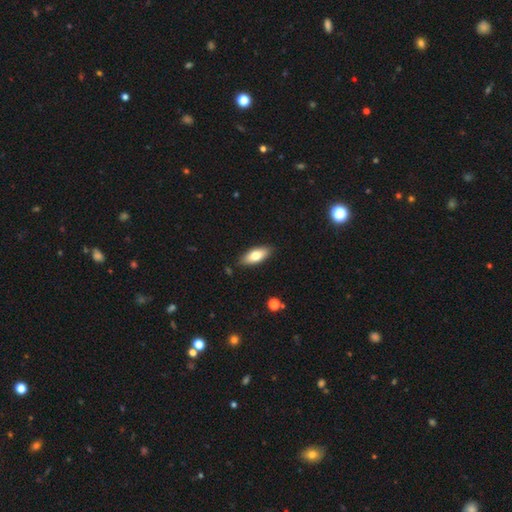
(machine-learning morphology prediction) A smooth galaxy with no disk features (74%) that is in between round and cigar-shaped (79%). Merging: none (87%).